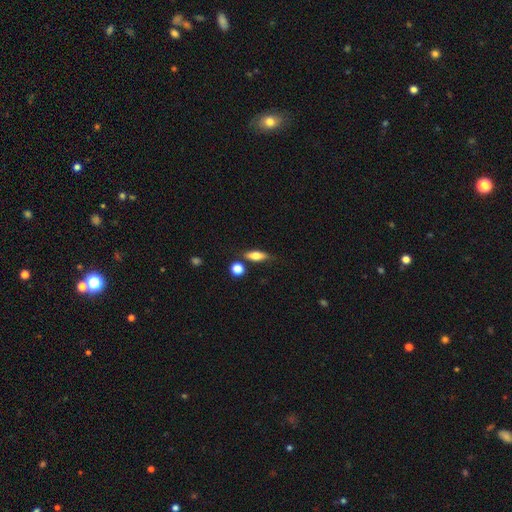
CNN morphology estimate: This appears to be a smooth galaxy with no disk features (65%) that is in between round and cigar-shaped (58%). Merging: none (74%).